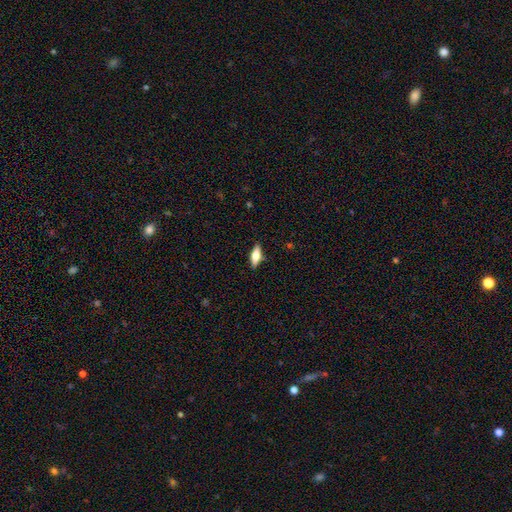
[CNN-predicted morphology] A smooth galaxy with no disk features (59%) that is in between round and cigar-shaped (60%). Merging: none (87%).